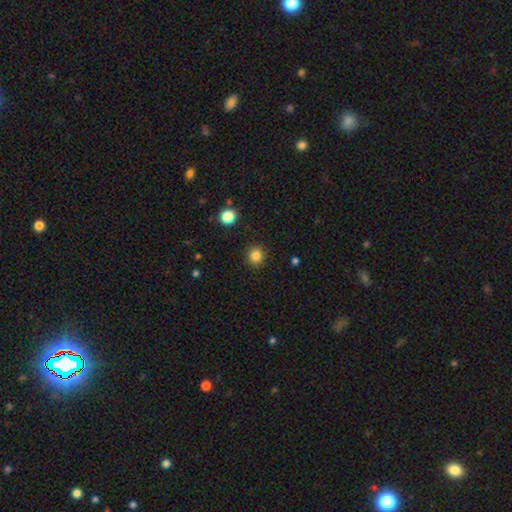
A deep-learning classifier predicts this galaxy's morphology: smooth 83%, star or artifact 12%, featured or disk 5%. Down the decision tree: how rounded — round (88%); merging — none (91%).